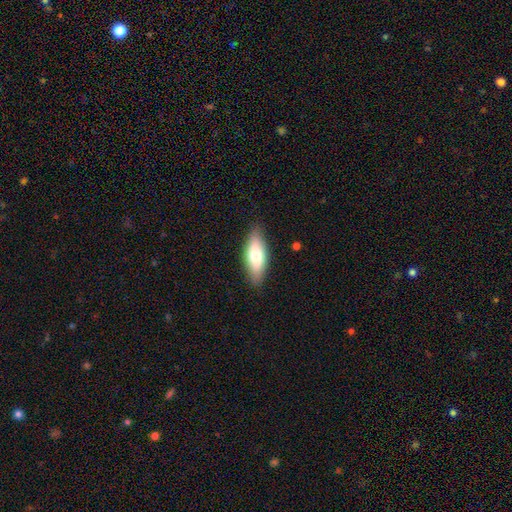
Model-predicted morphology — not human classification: Smooth or featured: smooth — 70% (featured or disk — 24%)
How rounded: in between — 70% (cigar-shaped — 27%)
Merging: none — 85% (minor disturbance — 12%)